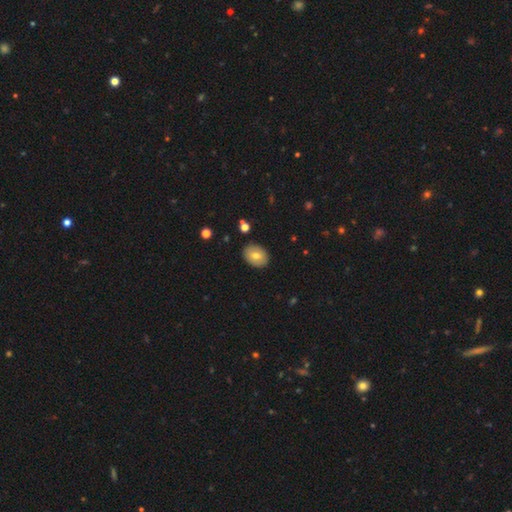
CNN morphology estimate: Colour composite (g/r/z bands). It shows a smooth galaxy with no disk features (72%) that is in between round and cigar-shaped (72%). Merging: none (88%).